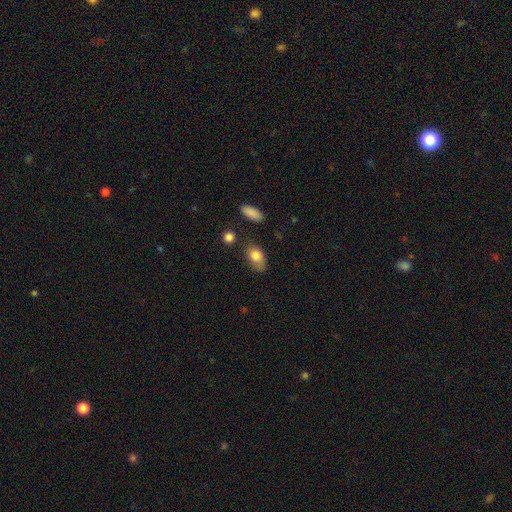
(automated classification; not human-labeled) Smooth or featured: smooth — 81% (featured or disk — 12%)
How rounded: in between — 87% (round — 10%)
Merging: none — 61% (minor disturbance — 27%)